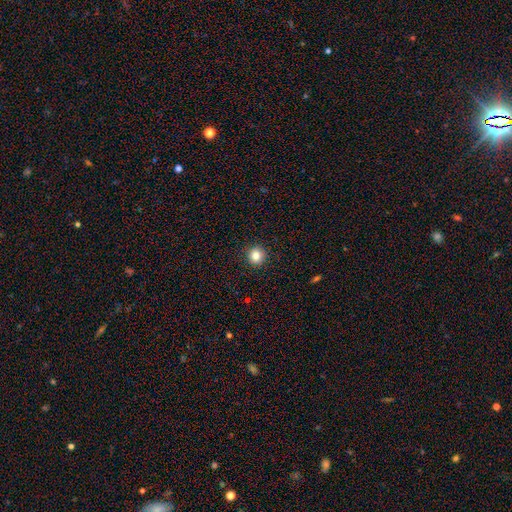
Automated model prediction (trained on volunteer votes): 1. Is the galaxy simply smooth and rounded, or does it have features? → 84% smooth, 11% star or artifact, 6% featured or disk.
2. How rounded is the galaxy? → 90% round, 9% in between, 1% cigar-shaped.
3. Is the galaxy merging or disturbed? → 92% none, 5% minor disturbance, 2% major disturbance, 1% merger.